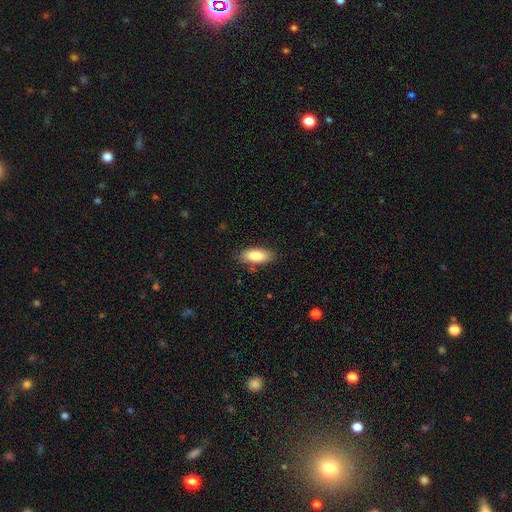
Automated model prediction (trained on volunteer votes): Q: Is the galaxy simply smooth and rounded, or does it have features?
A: smooth — 82%.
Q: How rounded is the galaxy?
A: in between — 85%.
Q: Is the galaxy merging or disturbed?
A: none — 82%.